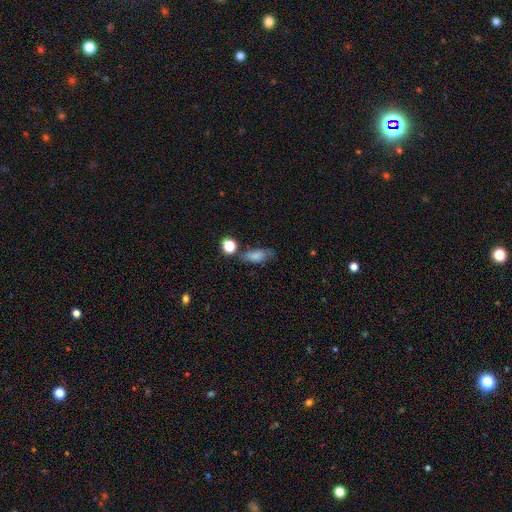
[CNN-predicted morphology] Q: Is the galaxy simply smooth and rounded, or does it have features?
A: smooth — 73%.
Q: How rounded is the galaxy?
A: in between — 74%.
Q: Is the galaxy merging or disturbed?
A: none — 51%.